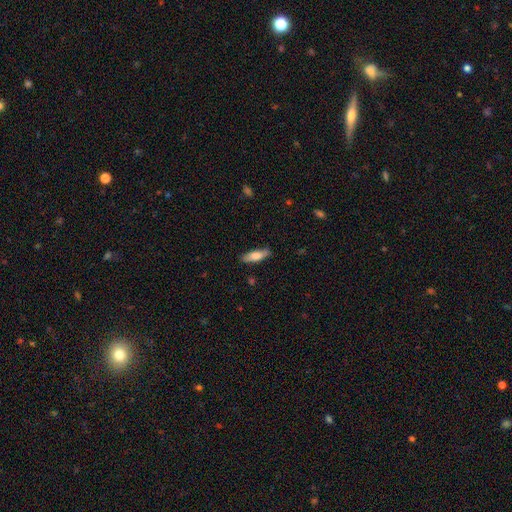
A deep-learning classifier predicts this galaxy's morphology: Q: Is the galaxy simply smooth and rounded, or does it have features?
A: smooth — 69%.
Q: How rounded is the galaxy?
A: cigar-shaped — 50%.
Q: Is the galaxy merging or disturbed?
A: none — 83%.